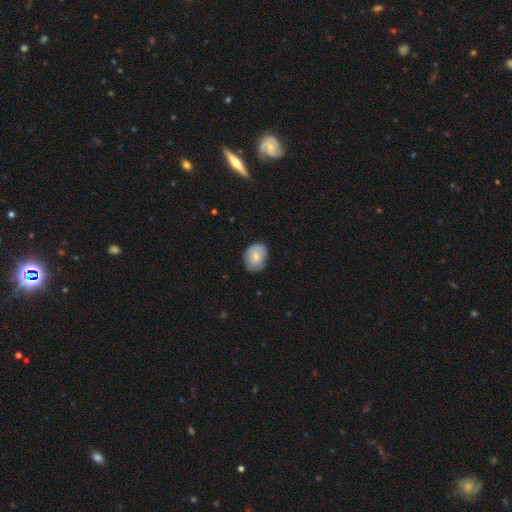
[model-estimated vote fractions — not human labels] Q: Smooth or featured?
A: smooth (77%); runner-up: featured or disk (17%)
Q: How rounded?
A: in between (61%); runner-up: round (38%)
Q: Merging?
A: none (69%); runner-up: minor disturbance (25%)